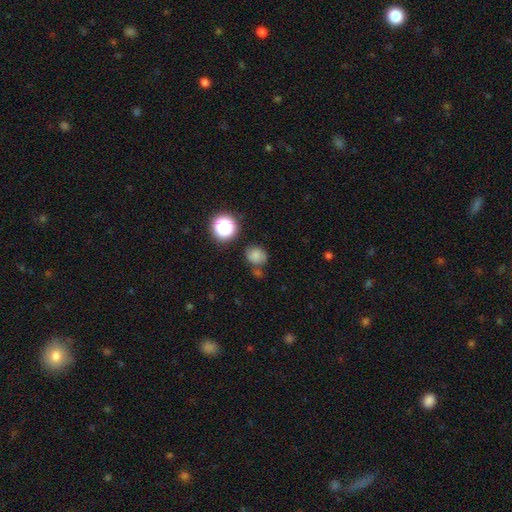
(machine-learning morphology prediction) A smooth galaxy with no disk features (74%) that is round (73%). Merging: none (66%).